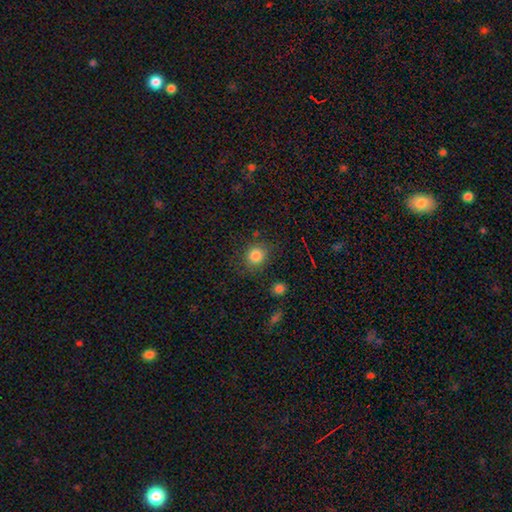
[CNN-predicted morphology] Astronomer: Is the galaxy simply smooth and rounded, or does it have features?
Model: smooth — 83%.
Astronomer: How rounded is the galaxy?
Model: round — 83%.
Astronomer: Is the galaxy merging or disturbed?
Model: none — 80%.